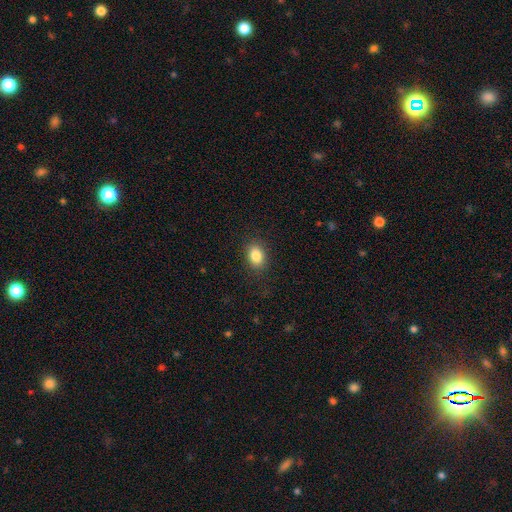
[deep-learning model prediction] This appears to be a smooth galaxy with no disk features (86%) that is in between round and cigar-shaped (75%). Merging: none (86%).